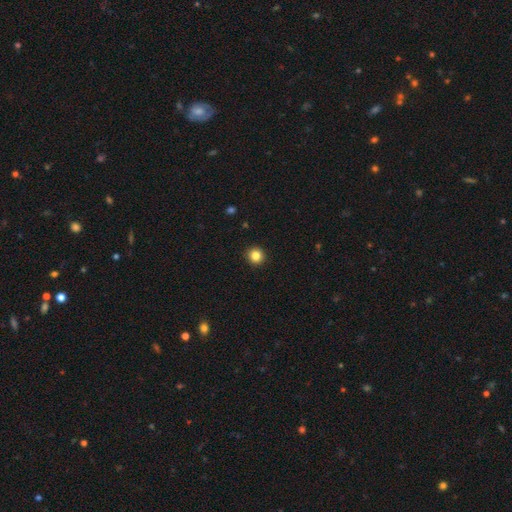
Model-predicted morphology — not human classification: smooth-or-featured: smooth: 84% | star or artifact: 11% | featured or disk: 5%
  how-rounded: round: 95% | in between: 4% | cigar-shaped: 1%
  merging: none: 93% | minor disturbance: 4% | major disturbance: 1% | merger: 1%